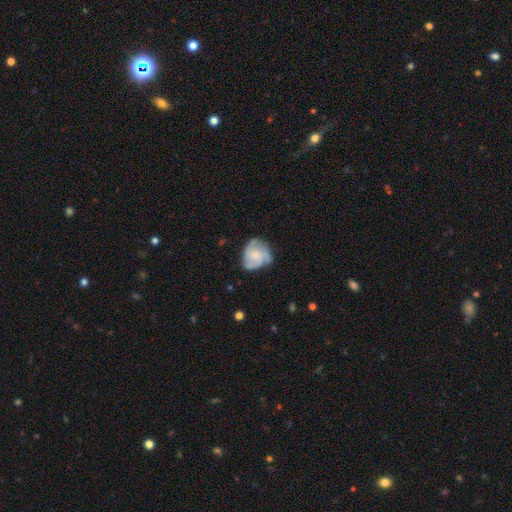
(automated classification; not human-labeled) Q: Smooth or featured?
A: featured or disk (70%); runner-up: smooth (24%)
Q: Edge-on disk?
A: no (98%); runner-up: yes (2%)
Q: Bar?
A: no (76%); runner-up: weak (21%)
Q: Spiral arms?
A: yes (92%); runner-up: no (8%)
Q: Spiral winding?
A: medium (45%); runner-up: tight (40%)
Q: Spiral arm count?
A: 3 (56%); runner-up: 4 (15%)
Q: Bulge size?
A: small (57%); runner-up: moderate (33%)
Q: Merging?
A: none (62%); runner-up: minor disturbance (26%)